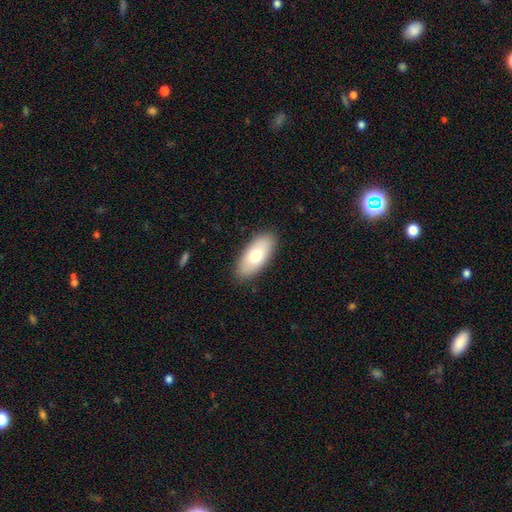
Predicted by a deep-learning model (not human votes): A smooth galaxy with no disk features (72%) that is in between round and cigar-shaped (89%).

Vote fractions:
- Smooth or featured? smooth: 72% / featured or disk: 22% / star or artifact: 6%
- How rounded? in between: 89% / cigar-shaped: 8% / round: 2%
- Merging? none: 88% / minor disturbance: 9% / major disturbance: 2% / merger: 1%